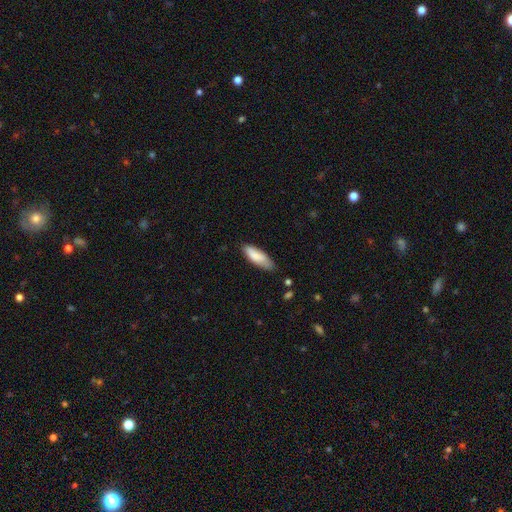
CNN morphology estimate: smooth_or_featured: smooth (p=0.84) [alt: featured or disk p=0.10]
how_rounded: in between (p=0.60) [alt: cigar-shaped p=0.39]
merging: none (p=0.67) [alt: minor disturbance p=0.27]